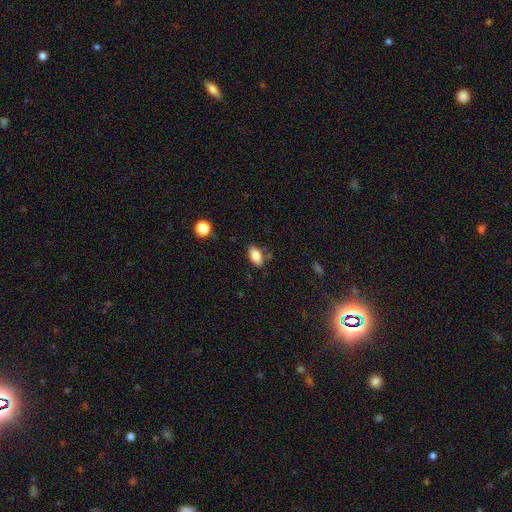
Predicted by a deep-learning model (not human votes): Smooth or featured? smooth (84%)
How rounded? in between (91%)
Merging? none (77%)